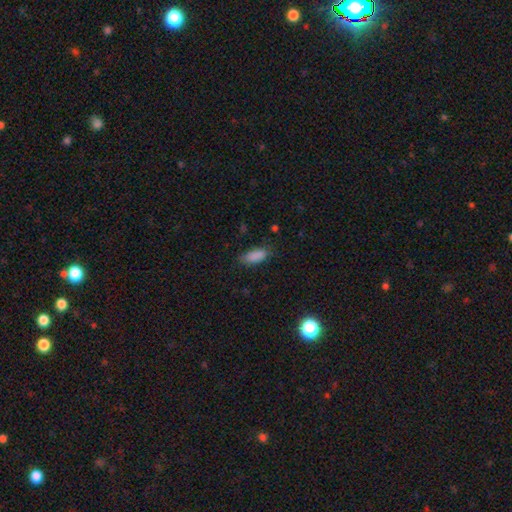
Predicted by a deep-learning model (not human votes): This appears to be a smooth galaxy with no disk features (87%) that is in between round and cigar-shaped (83%). Merging: none (76%).